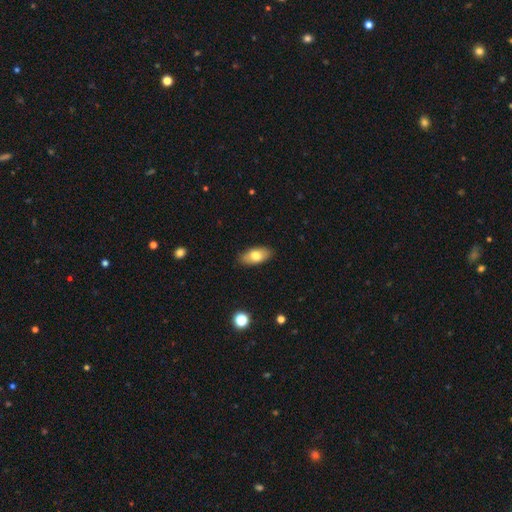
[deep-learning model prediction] Overall: smooth (75%). How rounded: in between (90%). Merging: none (86%).